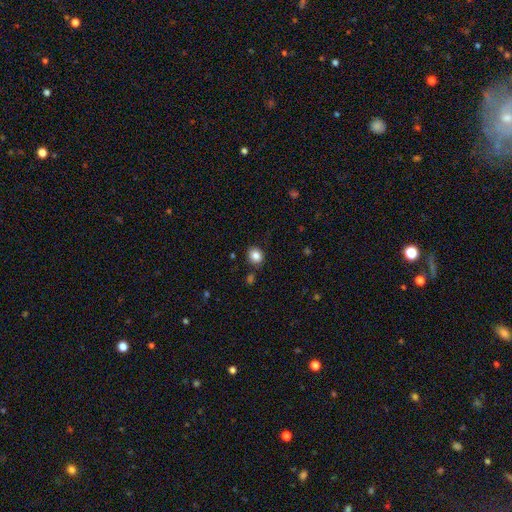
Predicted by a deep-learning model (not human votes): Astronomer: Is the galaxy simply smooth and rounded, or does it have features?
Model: smooth — 84%.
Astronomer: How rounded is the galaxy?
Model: round — 71%.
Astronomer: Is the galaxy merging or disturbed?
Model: none — 84%.